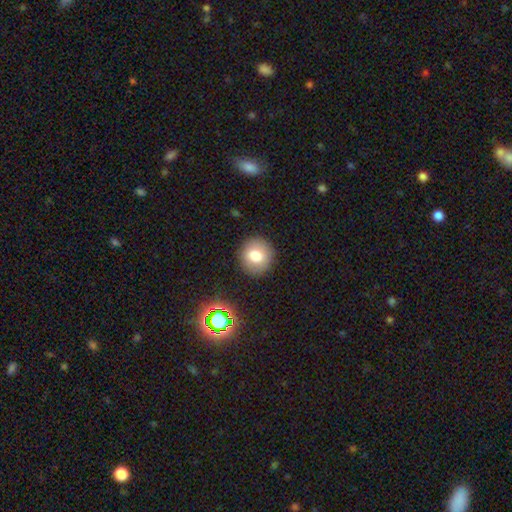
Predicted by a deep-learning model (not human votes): smooth 77%, star or artifact 12%, featured or disk 11%. Down the decision tree: how rounded — round (91%); merging — none (90%).